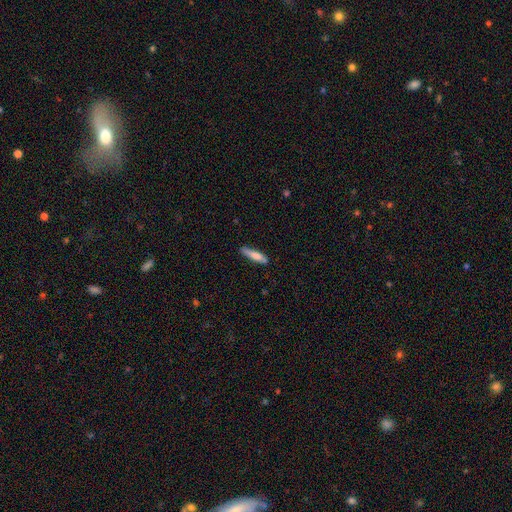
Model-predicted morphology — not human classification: Smooth or featured?
  - smooth: 73% *
  - featured or disk: 21%
  - star or artifact: 6%
How rounded?
  - cigar-shaped: 84% *
  - in between: 15%
  - round: 1%
Merging?
  - none: 78% *
  - minor disturbance: 17%
  - major disturbance: 3%
  - merger: 2%